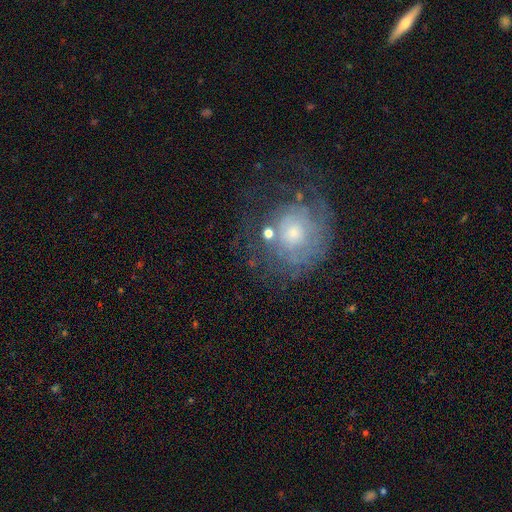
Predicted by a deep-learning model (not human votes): This is possibly a featured or disk galaxy (48%). Merging: possibly none (58%).